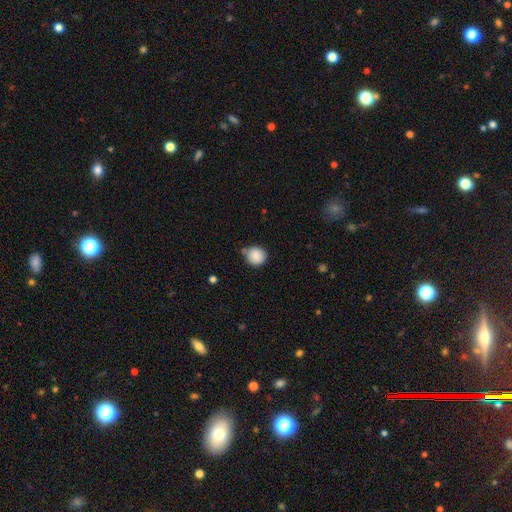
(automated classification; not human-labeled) Smooth or featured?
  - smooth: 87% *
  - star or artifact: 8%
  - featured or disk: 5%
How rounded?
  - round: 87% *
  - in between: 12%
  - cigar-shaped: 1%
Merging?
  - none: 71% *
  - minor disturbance: 19%
  - merger: 6%
  - major disturbance: 4%